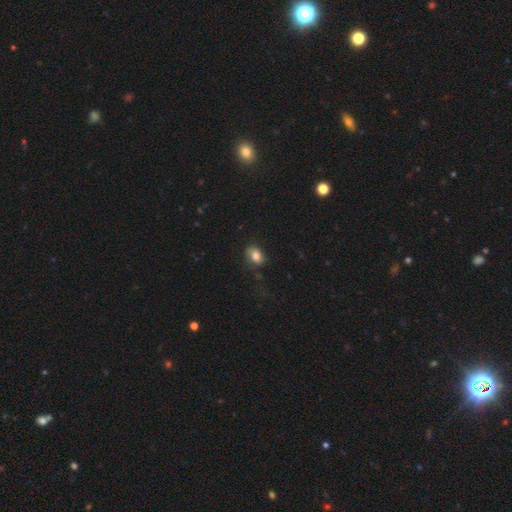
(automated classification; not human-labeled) This is clearly a smooth galaxy (82%). How rounded: likely in between (72%). Merging: likely none (71%).